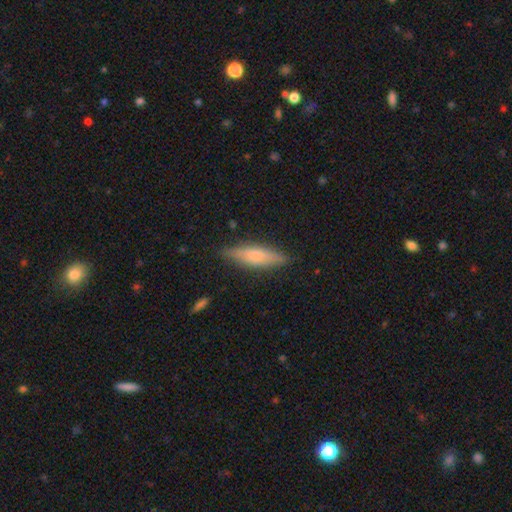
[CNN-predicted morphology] Smooth or featured? Predicted: smooth (p=0.60). How rounded? Predicted: cigar-shaped (p=0.70). Merging? Predicted: none (p=0.85).